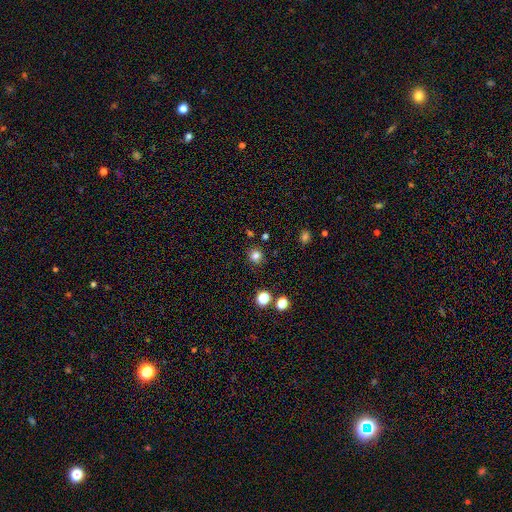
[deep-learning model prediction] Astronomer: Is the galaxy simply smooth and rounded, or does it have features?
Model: smooth — 81%.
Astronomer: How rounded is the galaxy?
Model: round — 91%.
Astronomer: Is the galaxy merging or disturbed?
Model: none — 87%.